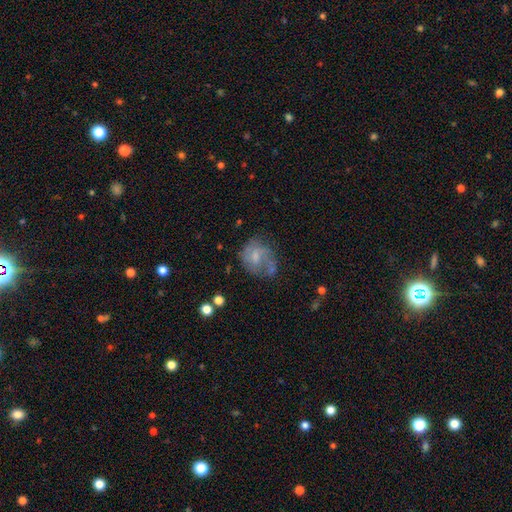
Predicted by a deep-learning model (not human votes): This appears to be a smooth galaxy with no disk features (47%). Merging: none (39%).